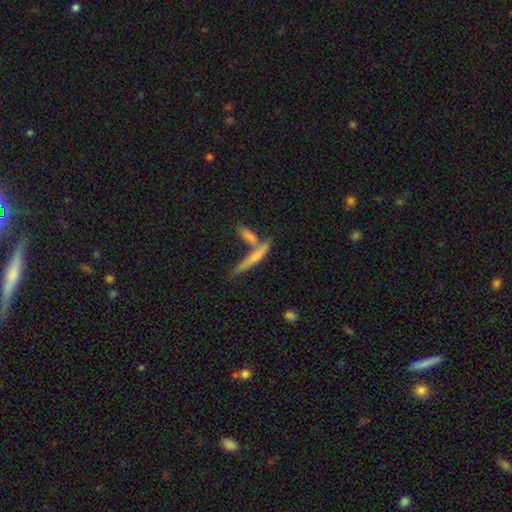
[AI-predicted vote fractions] smooth 58%, featured or disk 34%, star or artifact 8%. Down the decision tree: how rounded — cigar-shaped (87%); merging — none (46%).